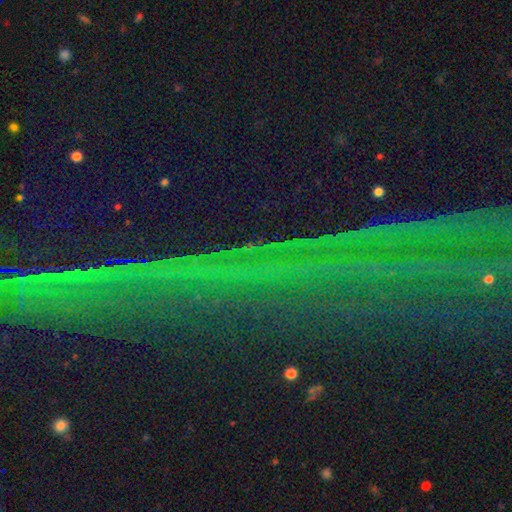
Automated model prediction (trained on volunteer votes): A star or artifact, not a galaxy (85%).

Vote fractions:
- Smooth or featured? star or artifact: 85% / featured or disk: 8% / smooth: 7%